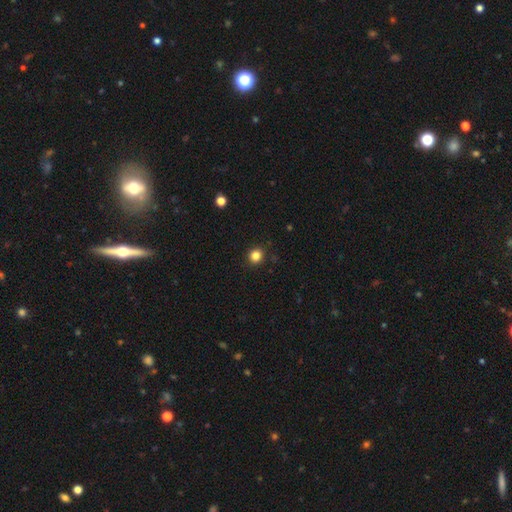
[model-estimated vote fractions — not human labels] smooth_or_featured: smooth (p=0.84) [alt: star or artifact p=0.12]
how_rounded: round (p=0.86) [alt: in between p=0.13]
merging: none (p=0.91) [alt: minor disturbance p=0.06]